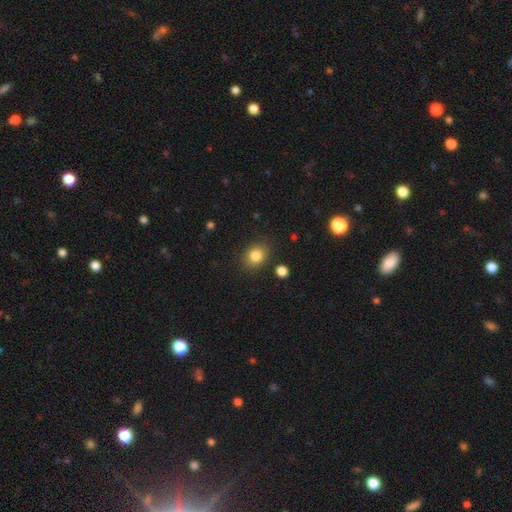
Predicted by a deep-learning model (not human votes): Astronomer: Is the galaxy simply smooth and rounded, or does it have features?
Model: smooth — 83%.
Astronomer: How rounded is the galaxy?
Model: round — 59% (runner-up: in between, 40%).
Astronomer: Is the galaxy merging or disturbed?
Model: none — 83%.